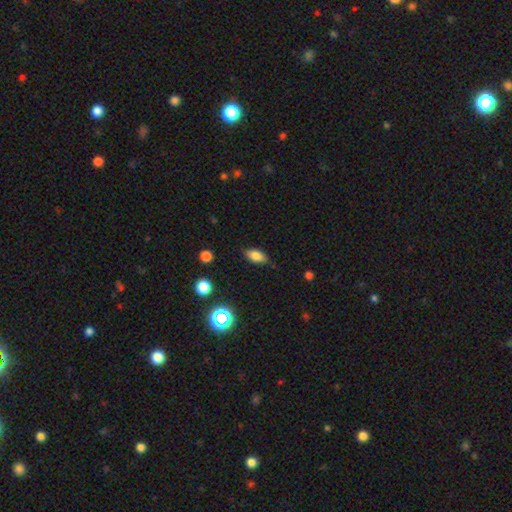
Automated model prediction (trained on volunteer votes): This appears to be a smooth galaxy with no disk features (78%) that is in between round and cigar-shaped (86%). Merging: none (80%).